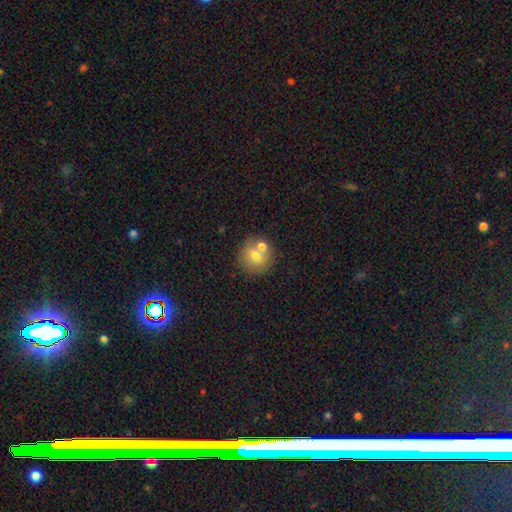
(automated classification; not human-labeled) smooth 70%, featured or disk 20%, star or artifact 10%. Down the decision tree: how rounded — round (87%); merging — none (60%).